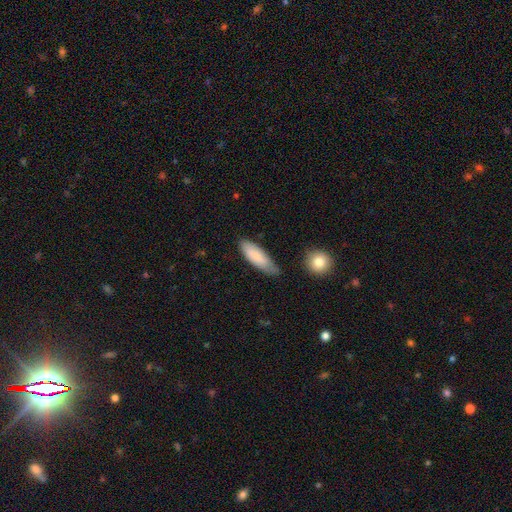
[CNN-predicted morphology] Smooth or featured? smooth (82%)
How rounded? in between (56%)
Merging? none (63%)